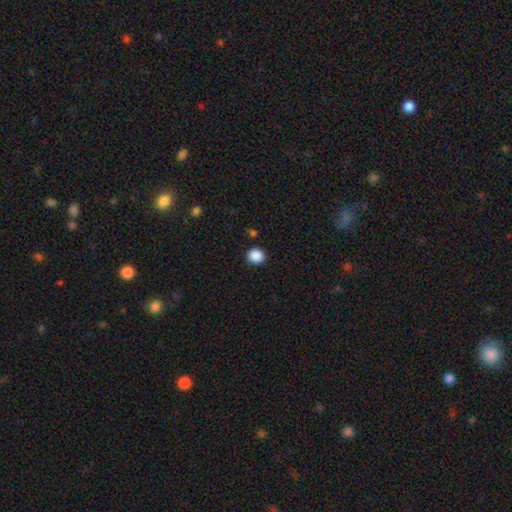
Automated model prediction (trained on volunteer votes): smooth-or-featured: smooth: 89% | star or artifact: 9% | featured or disk: 2%
  how-rounded: round: 77% | in between: 22% | cigar-shaped: 1%
  merging: none: 89% | minor disturbance: 7% | major disturbance: 2% | merger: 2%